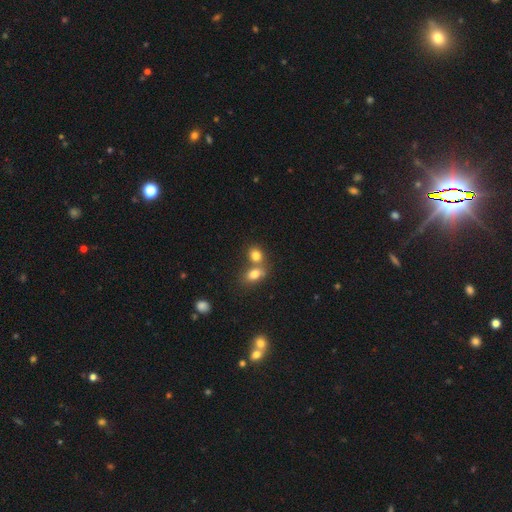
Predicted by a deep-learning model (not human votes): A smooth galaxy with no disk features (80%) that is round (51%).

Vote fractions:
- Smooth or featured? smooth: 80% / star or artifact: 11% / featured or disk: 9%
- How rounded? round: 51% / in between: 48% / cigar-shaped: 1%
- Merging? merger: 48% / none: 40% / minor disturbance: 8% / major disturbance: 3%